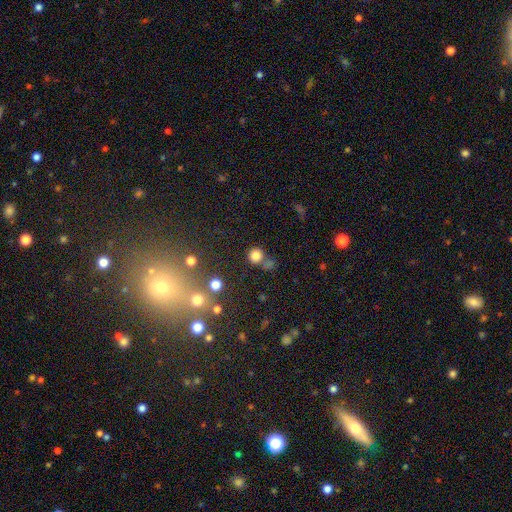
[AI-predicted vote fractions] smooth_or_featured: smooth (p=0.78) [alt: star or artifact p=0.16]
how_rounded: round (p=0.91) [alt: in between p=0.08]
merging: none (p=0.67) [alt: merger p=0.17]